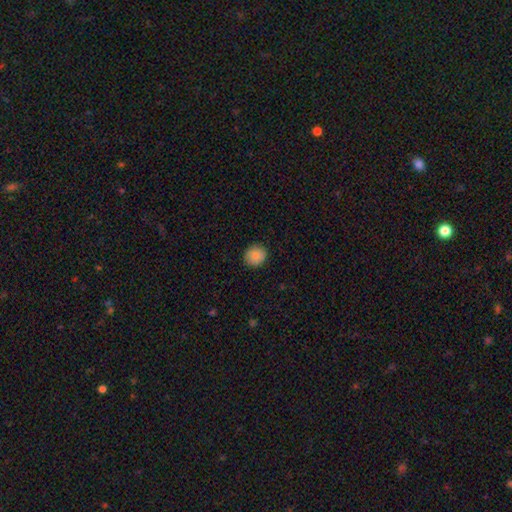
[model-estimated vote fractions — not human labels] smooth 87%, star or artifact 8%, featured or disk 5%. Down the decision tree: how rounded — round (80%); merging — none (89%).